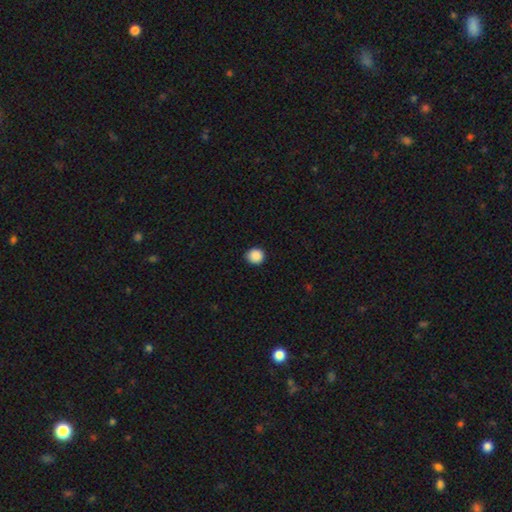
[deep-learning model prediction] A smooth galaxy with no disk features (89%) that is round (90%). Merging: none (89%).